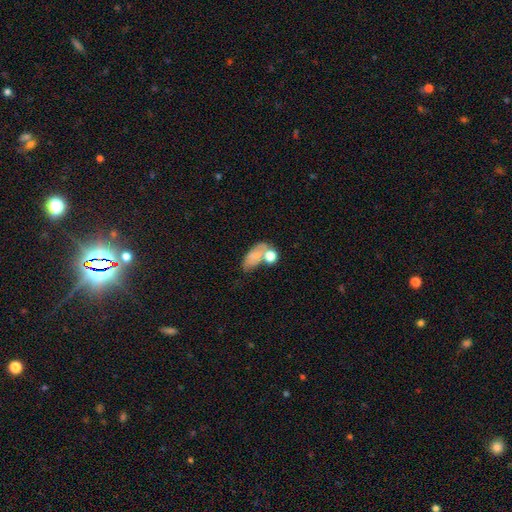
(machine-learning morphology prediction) smooth 63%, featured or disk 24%, star or artifact 12%. Down the decision tree: how rounded — in between (83%); merging — merger (35%).